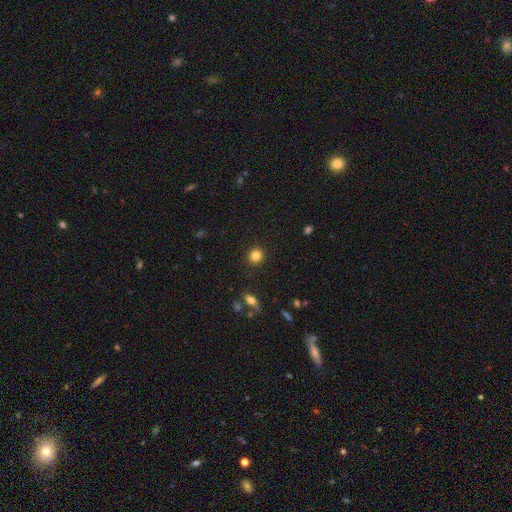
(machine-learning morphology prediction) Q: Smooth or featured?
A: smooth (83%); runner-up: star or artifact (11%)
Q: How rounded?
A: round (87%); runner-up: in between (12%)
Q: Merging?
A: none (91%); runner-up: minor disturbance (6%)